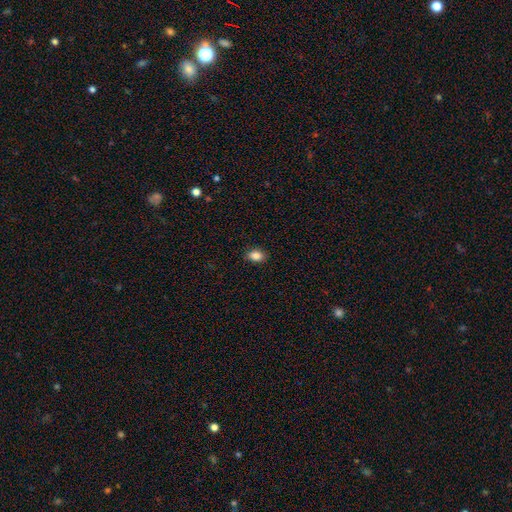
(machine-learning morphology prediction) Smooth or featured? Predicted: smooth (p=0.87). How rounded? Predicted: in between (p=0.81). Merging? Predicted: none (p=0.88).